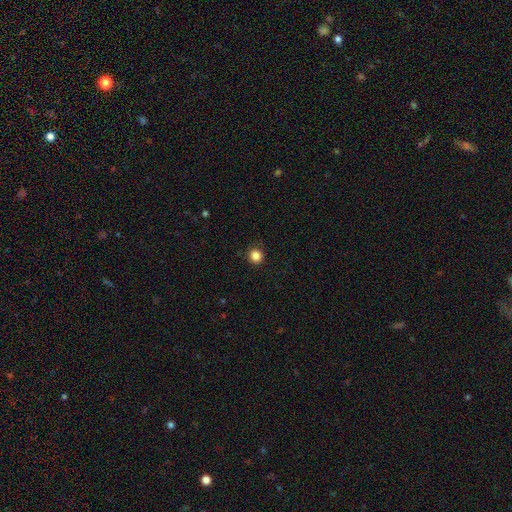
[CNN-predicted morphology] Smooth or featured? smooth (85%)
How rounded? round (95%)
Merging? none (91%)